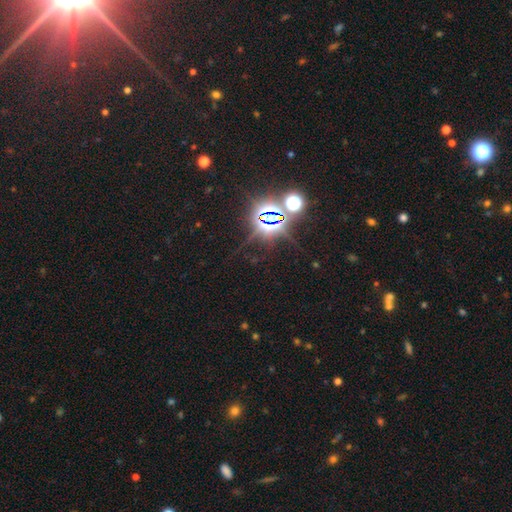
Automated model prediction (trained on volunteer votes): Morphology: type=star or artifact (81%).